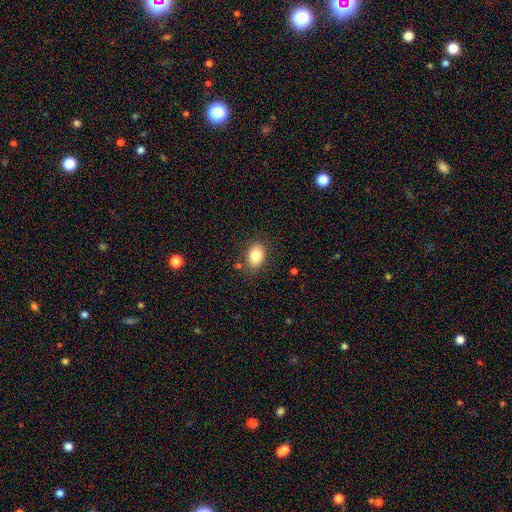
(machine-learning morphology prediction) smooth_or_featured: smooth (p=0.83) [alt: star or artifact p=0.09]
how_rounded: in between (p=0.75) [alt: round p=0.24]
merging: none (p=0.82) [alt: minor disturbance p=0.12]